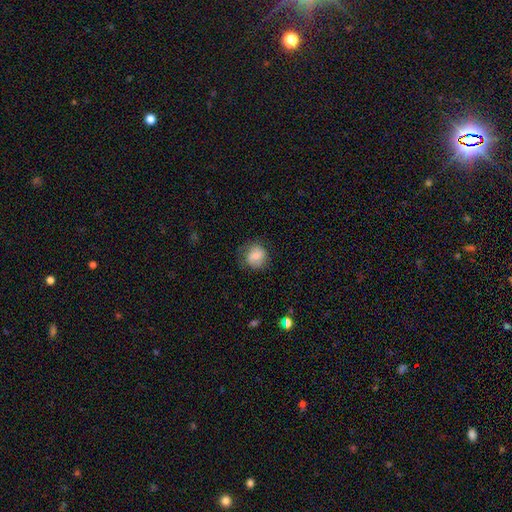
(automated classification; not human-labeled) Smooth or featured?
  - smooth: 69% *
  - featured or disk: 23%
  - star or artifact: 8%
How rounded?
  - round: 82% *
  - in between: 17%
  - cigar-shaped: 1%
Merging?
  - none: 70% *
  - minor disturbance: 21%
  - major disturbance: 8%
  - merger: 1%